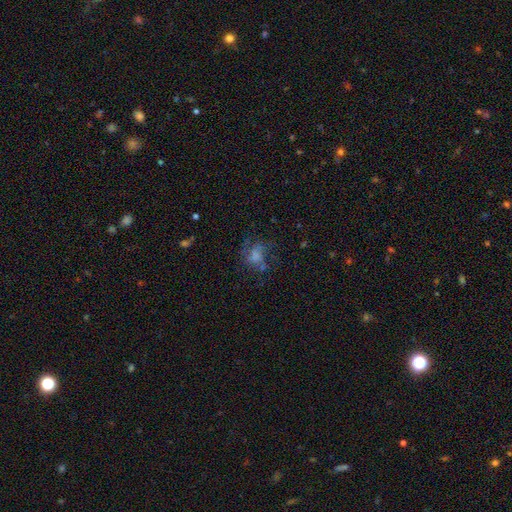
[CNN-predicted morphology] This appears to be a smooth galaxy with no disk features (47%). Merging: none (44%).